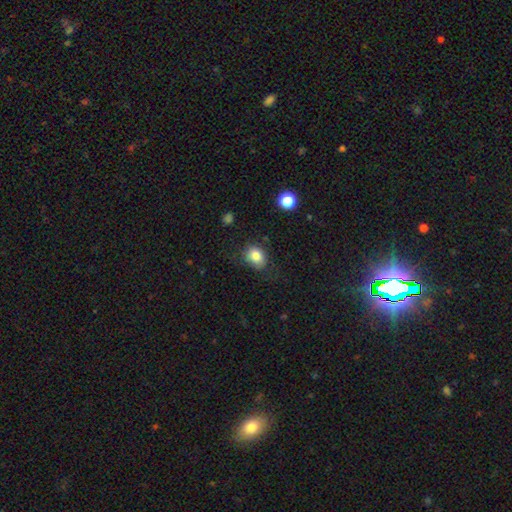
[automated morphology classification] Smooth or featured? Predicted: smooth (p=0.83). How rounded? Predicted: round (p=0.50). Merging? Predicted: none (p=0.69).